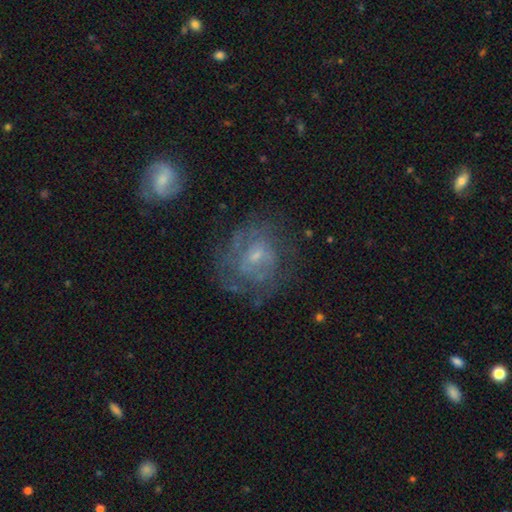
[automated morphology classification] Q: Smooth or featured?
A: featured or disk (69%); runner-up: smooth (20%)
Q: Edge-on disk?
A: no (97%); runner-up: yes (3%)
Q: Bar?
A: no (52%); runner-up: weak (41%)
Q: Spiral arms?
A: yes (73%); runner-up: no (27%)
Q: Bulge size?
A: small (65%); runner-up: moderate (25%)
Q: Merging?
A: none (64%); runner-up: minor disturbance (19%)